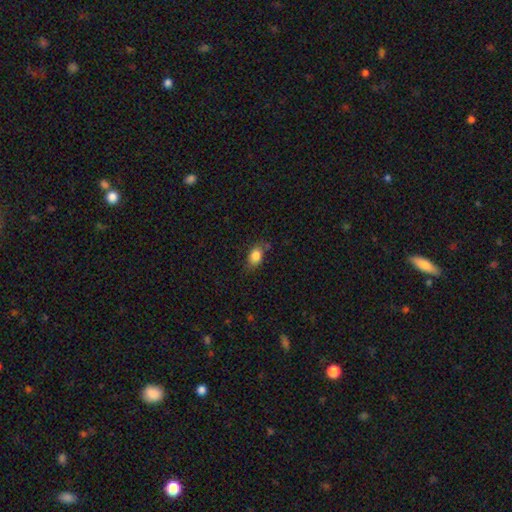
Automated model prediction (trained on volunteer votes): The model was most divided on "merging": none: 63%, minor disturbance: 26%, major disturbance: 6%, merger: 4%. More confident: smooth or featured — smooth (83%); how rounded — in between (76%).